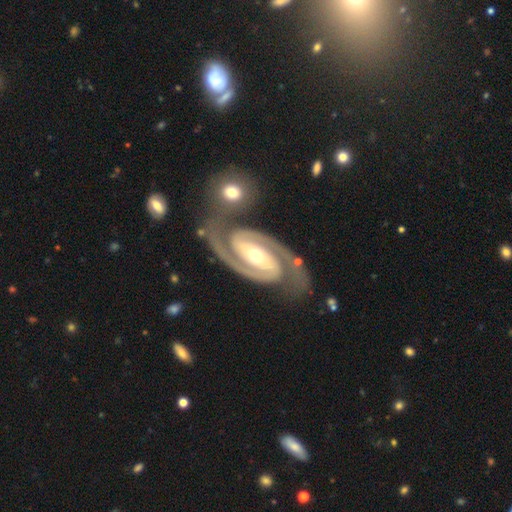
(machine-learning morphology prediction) Smooth or featured? Predicted: featured or disk (p=0.94). Edge-on disk? Predicted: no (p=0.98). Bar? Predicted: strong (p=0.57). Spiral arms? Predicted: yes (p=0.99). Spiral winding? Predicted: tight (p=0.50). Spiral arm count? Predicted: 2 (p=0.94). Bulge size? Predicted: moderate (p=0.56). Merging? Predicted: none (p=0.72).